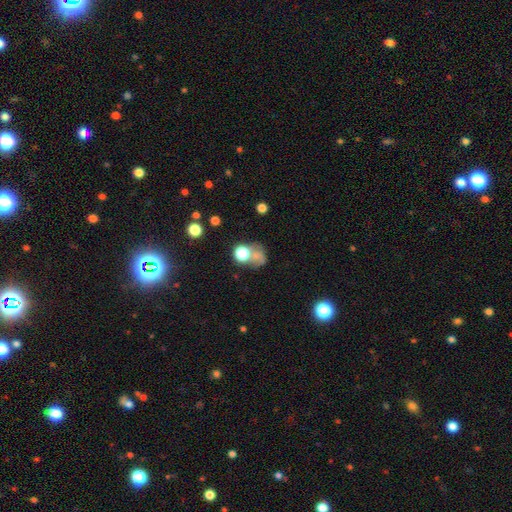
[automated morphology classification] Smooth or featured: smooth — 57% (star or artifact — 23%)
How rounded: round — 59% (in between — 39%)
Merging: none — 33% (major disturbance — 27%)